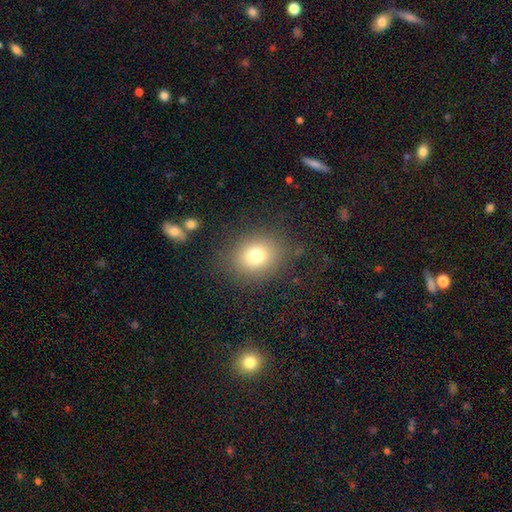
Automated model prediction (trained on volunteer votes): Q: Smooth or featured?
A: smooth (75%); runner-up: star or artifact (14%)
Q: How rounded?
A: round (69%); runner-up: in between (31%)
Q: Merging?
A: none (83%); runner-up: minor disturbance (10%)